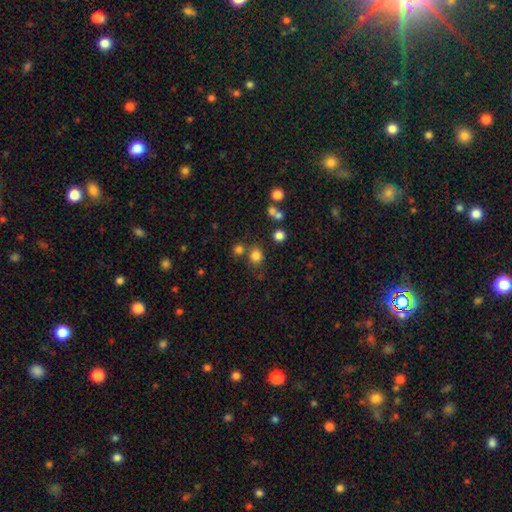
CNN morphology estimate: A smooth galaxy with no disk features (79%) that is round (77%).

Vote fractions:
- Smooth or featured? smooth: 79% / star or artifact: 15% / featured or disk: 6%
- How rounded? round: 77% / in between: 22% / cigar-shaped: 1%
- Merging? none: 73% / merger: 13% / minor disturbance: 10% / major disturbance: 4%